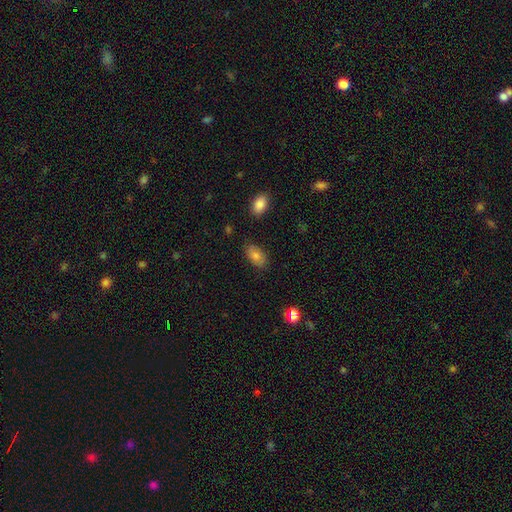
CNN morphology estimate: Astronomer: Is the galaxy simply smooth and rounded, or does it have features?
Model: smooth — 80%.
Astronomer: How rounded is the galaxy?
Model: in between — 92%.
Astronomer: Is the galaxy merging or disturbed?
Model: none — 83%.